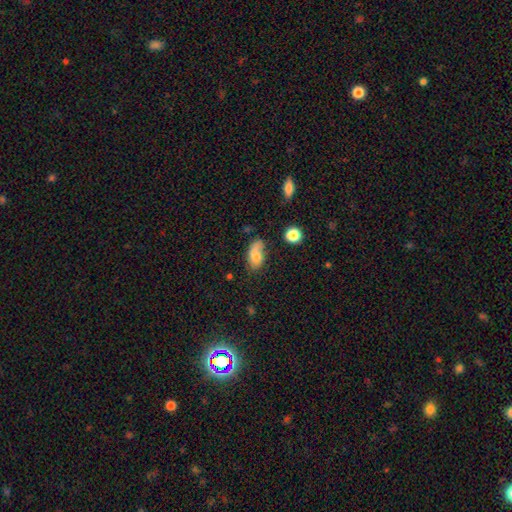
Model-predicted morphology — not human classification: type=smooth (70%); roundness=in between (89%); merging=none (47%).